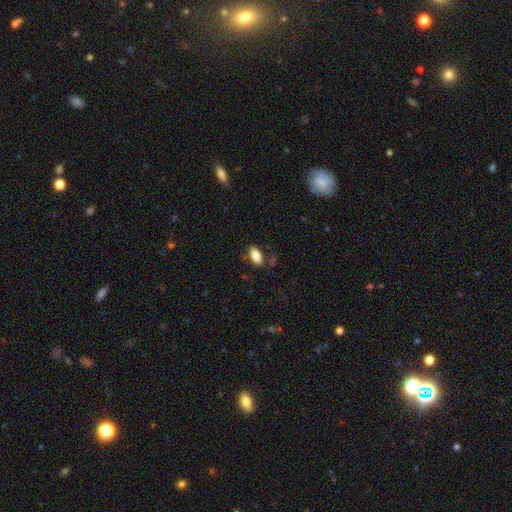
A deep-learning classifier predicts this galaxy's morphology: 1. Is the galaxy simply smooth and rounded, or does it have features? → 85% smooth, 8% star or artifact, 7% featured or disk.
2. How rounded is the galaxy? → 91% in between, 6% cigar-shaped, 3% round.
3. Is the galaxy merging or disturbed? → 79% none, 14% minor disturbance, 4% major disturbance, 3% merger.